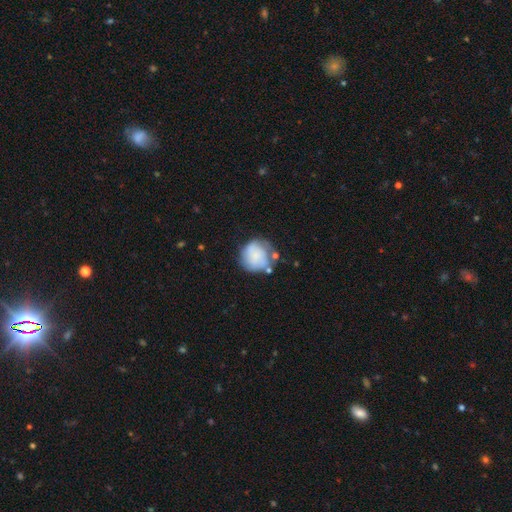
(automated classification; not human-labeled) This appears to be a smooth galaxy with no disk features (56%) that is round (84%). Merging: none (50%).